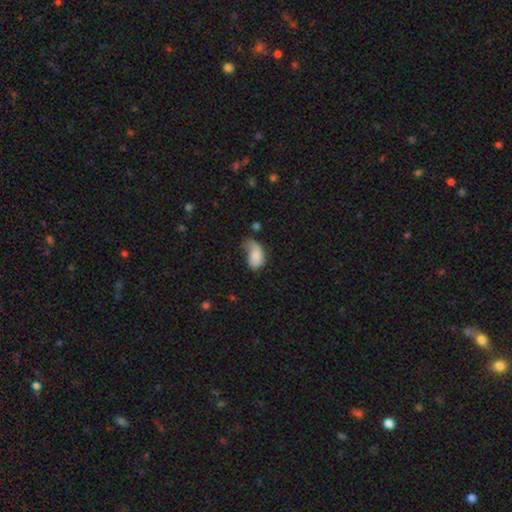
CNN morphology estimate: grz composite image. It shows a smooth galaxy with no disk features (68%) that is in between round and cigar-shaped (90%). Merging: major disturbance (38%).